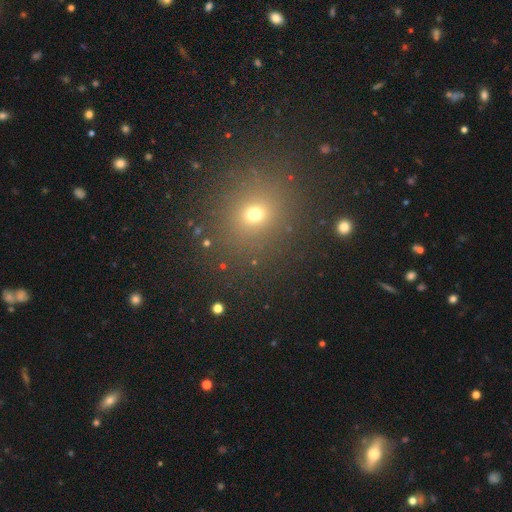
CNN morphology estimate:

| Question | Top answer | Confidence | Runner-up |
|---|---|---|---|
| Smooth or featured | smooth | 56% | star or artifact (36%) |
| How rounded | round | 83% | in between (16%) |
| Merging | none | 89% | minor disturbance (6%) |